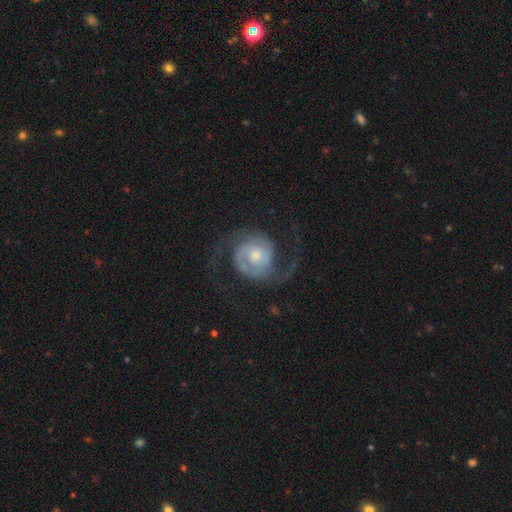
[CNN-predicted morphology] Smooth or featured? featured or disk (83%)
Edge-on disk? no (98%)
Bar? no (63%)
Spiral arms? yes (94%)
Spiral winding? medium (44%)
Spiral arm count? 2 (81%)
Bulge size? moderate (57%)
Merging? none (63%)